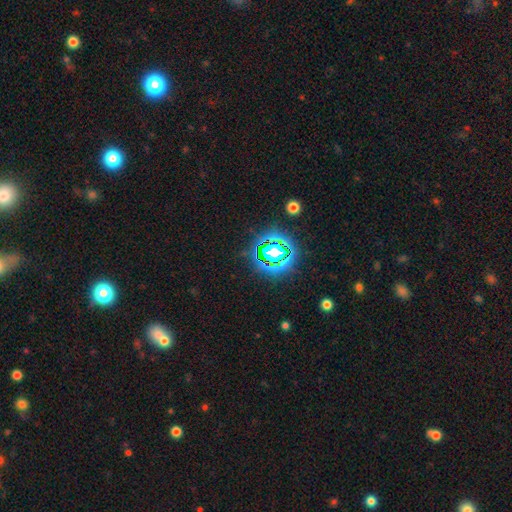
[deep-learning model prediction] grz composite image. It shows a star or artifact, not a galaxy (78%).